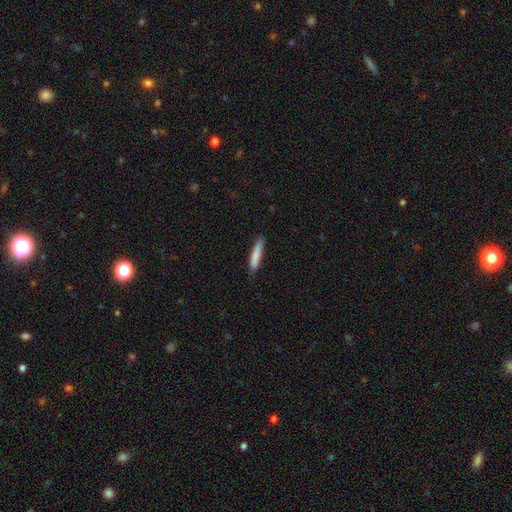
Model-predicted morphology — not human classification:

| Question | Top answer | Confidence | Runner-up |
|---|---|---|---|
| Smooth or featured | smooth | 82% | featured or disk (12%) |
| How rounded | cigar-shaped | 91% | in between (8%) |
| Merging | none | 83% | minor disturbance (13%) |